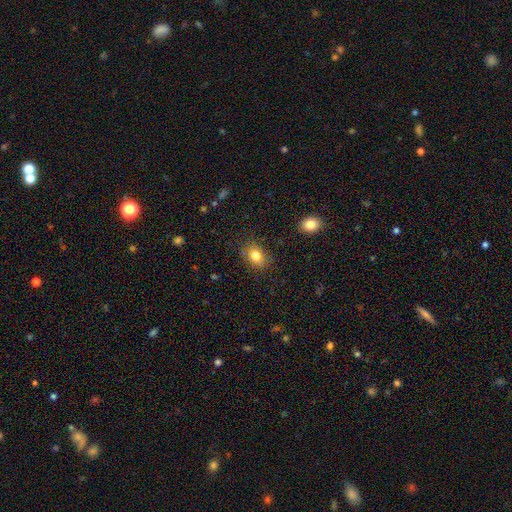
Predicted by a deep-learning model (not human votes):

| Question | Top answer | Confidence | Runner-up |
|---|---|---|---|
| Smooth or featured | smooth | 81% | star or artifact (10%) |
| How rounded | in between | 65% | round (34%) |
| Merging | none | 82% | minor disturbance (13%) |